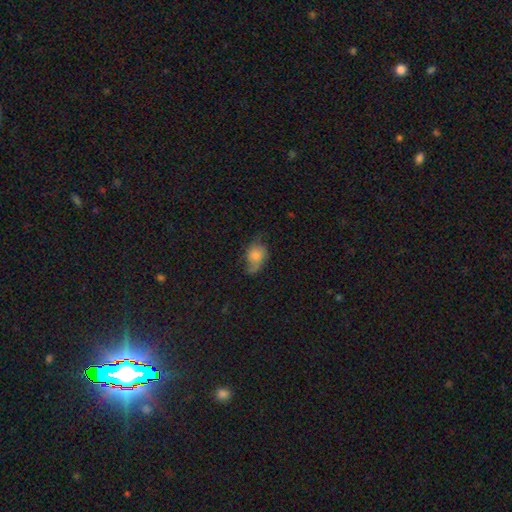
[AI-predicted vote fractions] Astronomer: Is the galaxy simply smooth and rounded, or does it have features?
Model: smooth — 57% (runner-up: featured or disk, 33%).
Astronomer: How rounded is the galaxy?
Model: in between — 76%.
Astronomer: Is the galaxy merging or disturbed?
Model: none — 44% (runner-up: minor disturbance, 33%).